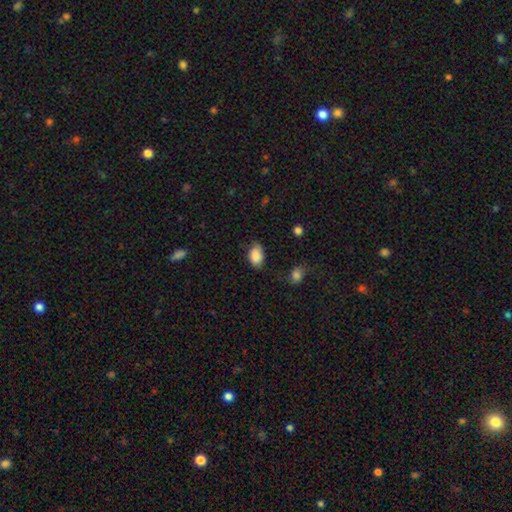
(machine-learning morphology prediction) This is clearly a smooth galaxy (88%). How rounded: clearly in between (87%). Merging: likely none (72%).